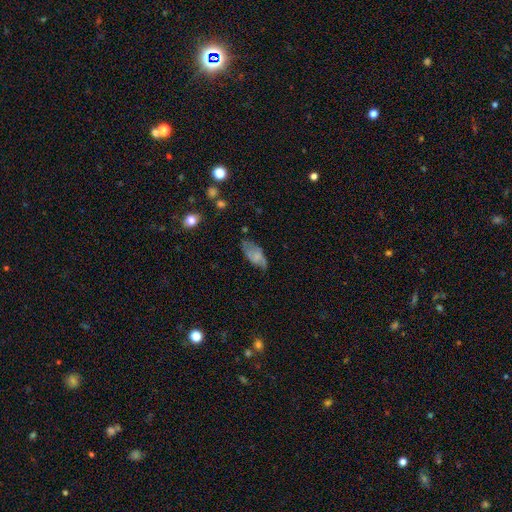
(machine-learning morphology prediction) smooth-or-featured: smooth: 62% | featured or disk: 30% | star or artifact: 8%
  how-rounded: in between: 90% | cigar-shaped: 8% | round: 3%
  merging: none: 49% | minor disturbance: 34% | major disturbance: 13% | merger: 3%